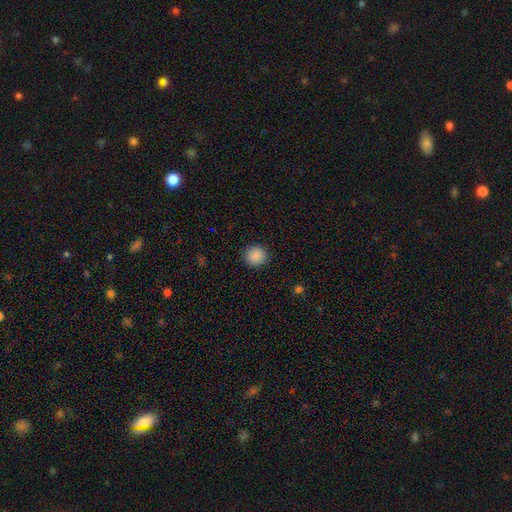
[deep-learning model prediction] A smooth galaxy with no disk features (89%) that is round (89%).

Vote fractions:
- Smooth or featured? smooth: 89% / star or artifact: 9% / featured or disk: 3%
- How rounded? round: 89% / in between: 10% / cigar-shaped: 1%
- Merging? none: 91% / minor disturbance: 6% / major disturbance: 2% / merger: 1%